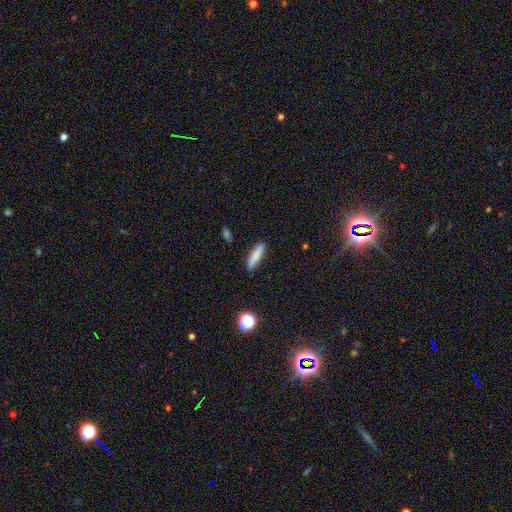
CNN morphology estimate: Q: Smooth or featured?
A: smooth (82%); runner-up: featured or disk (11%)
Q: How rounded?
A: cigar-shaped (78%); runner-up: in between (20%)
Q: Merging?
A: none (90%); runner-up: minor disturbance (7%)